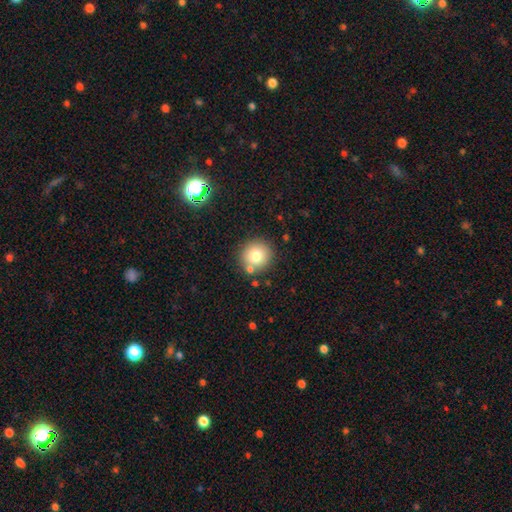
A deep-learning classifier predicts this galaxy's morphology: type=smooth (76%); roundness=round (89%); merging=none (78%).